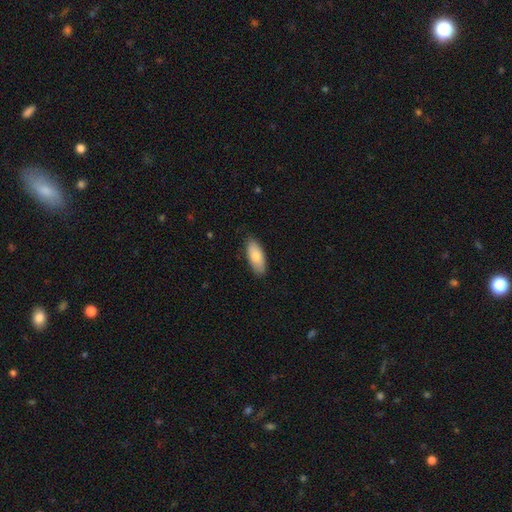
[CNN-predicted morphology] Smooth or featured?
  - smooth: 77% *
  - featured or disk: 16%
  - star or artifact: 6%
How rounded?
  - in between: 83% *
  - cigar-shaped: 14%
  - round: 2%
Merging?
  - none: 86% *
  - minor disturbance: 11%
  - major disturbance: 2%
  - merger: 1%